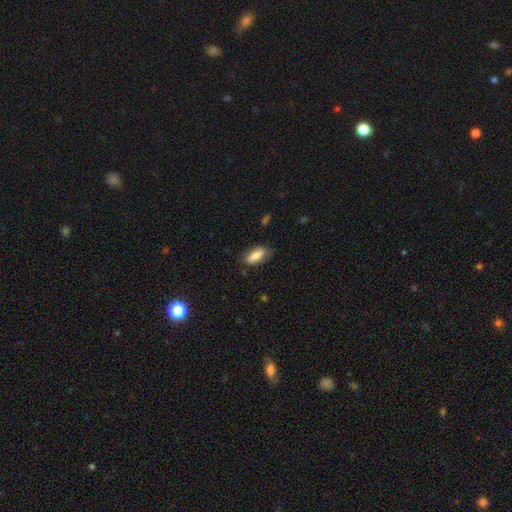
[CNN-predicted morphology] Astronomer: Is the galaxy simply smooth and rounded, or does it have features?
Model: smooth — 81%.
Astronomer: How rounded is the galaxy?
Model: in between — 84%.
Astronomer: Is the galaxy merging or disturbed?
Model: none — 75%.